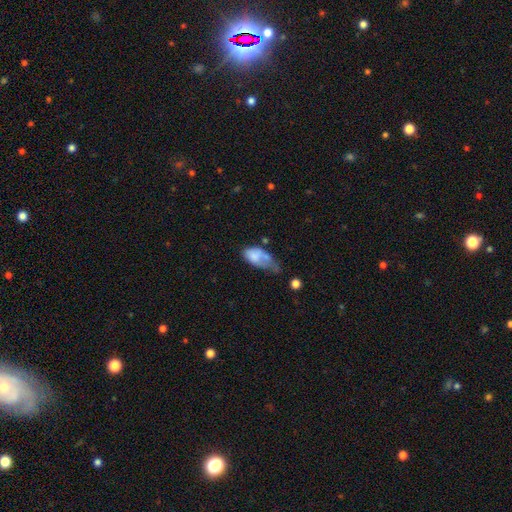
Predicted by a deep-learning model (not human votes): smooth-or-featured: smooth: 67% | featured or disk: 24% | star or artifact: 9%
  how-rounded: in between: 90% | round: 6% | cigar-shaped: 4%
  merging: major disturbance: 39% | minor disturbance: 29% | merger: 16% | none: 16%